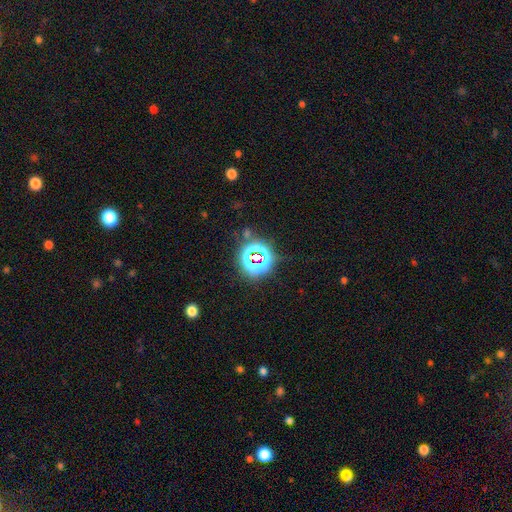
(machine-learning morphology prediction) smooth-or-featured: star or artifact: 78% | smooth: 14% | featured or disk: 8%